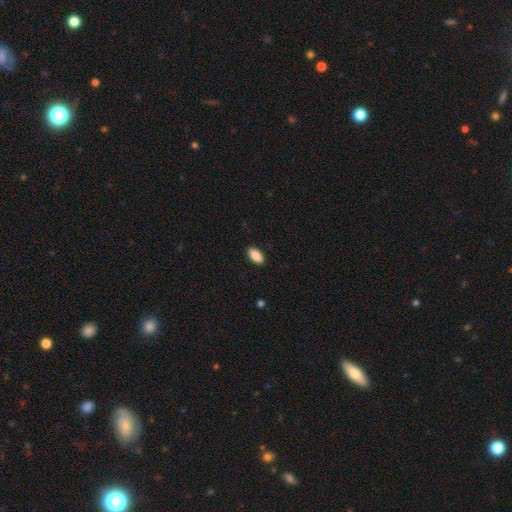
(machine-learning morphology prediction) Overall: smooth (90%). How rounded: in between (92%). Merging: none (90%).